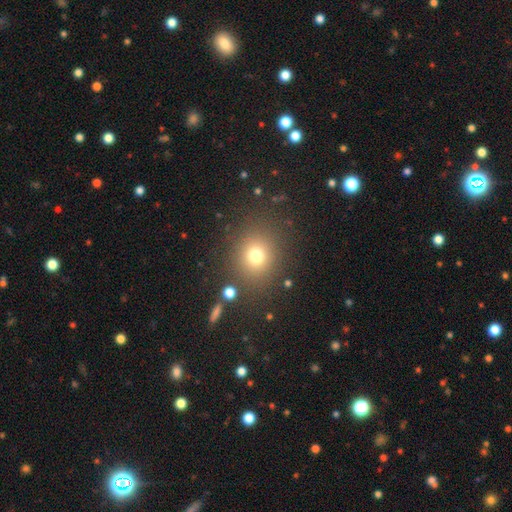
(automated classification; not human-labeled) Q: Smooth or featured?
A: smooth (74%); runner-up: star or artifact (17%)
Q: How rounded?
A: round (77%); runner-up: in between (22%)
Q: Merging?
A: none (83%); runner-up: minor disturbance (9%)